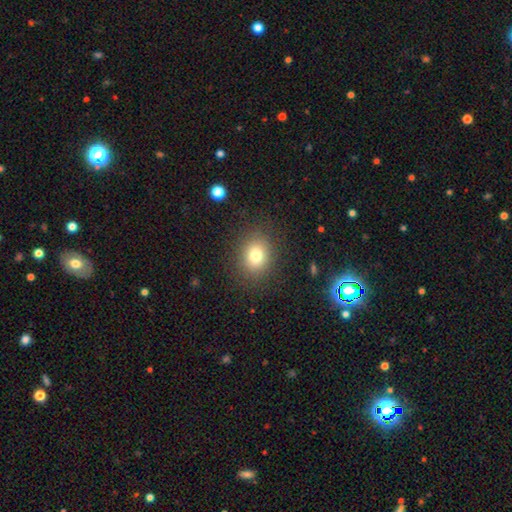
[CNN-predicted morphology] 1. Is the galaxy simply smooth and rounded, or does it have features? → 77% smooth, 13% star or artifact, 10% featured or disk.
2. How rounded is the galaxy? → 63% round, 36% in between, 1% cigar-shaped.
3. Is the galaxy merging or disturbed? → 86% none, 8% minor disturbance, 4% major disturbance, 1% merger.